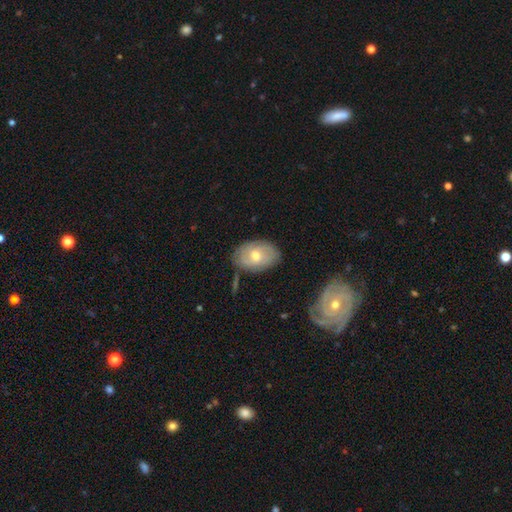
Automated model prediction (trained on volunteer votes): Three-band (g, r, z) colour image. It shows a featured or disk galaxy (58%) with no bar (63%), spiral arms (76%) and a moderate central bulge (62%). Merging: none (75%).